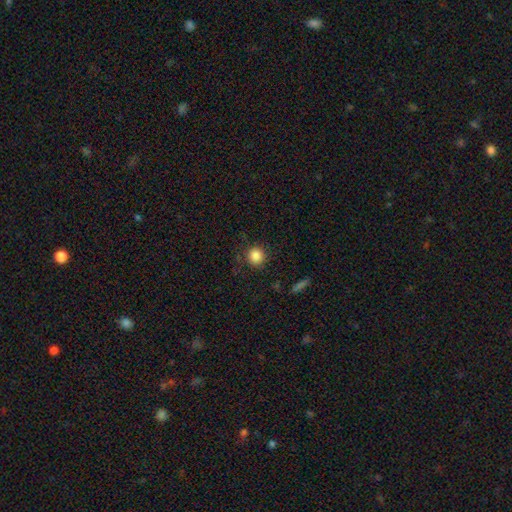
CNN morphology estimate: This appears to be a smooth galaxy with no disk features (85%) that is round (93%). Merging: none (86%).